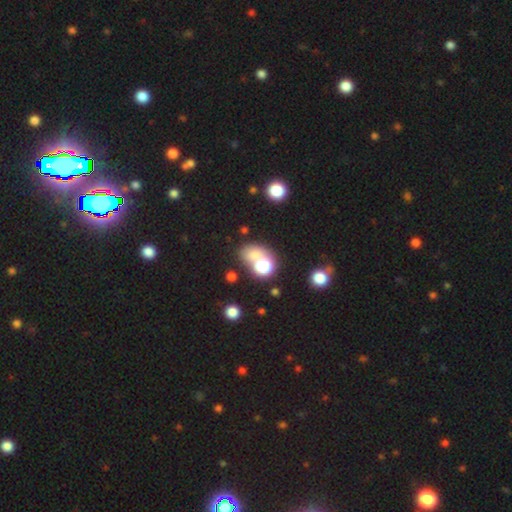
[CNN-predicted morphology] A smooth galaxy with no disk features (64%) that is round (51%). Merging: none (41%).